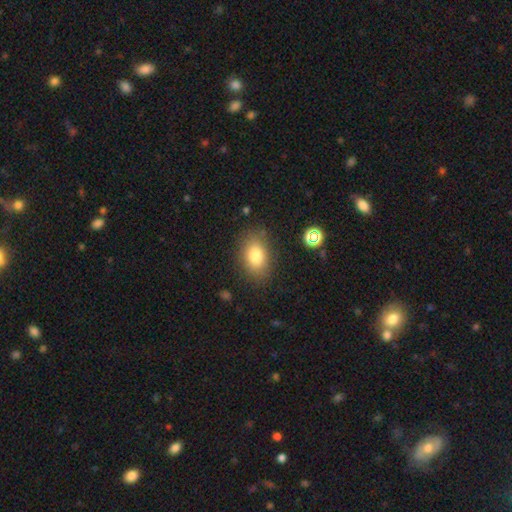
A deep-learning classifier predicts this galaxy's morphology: smooth-or-featured: smooth: 81% | star or artifact: 10% | featured or disk: 9%
  how-rounded: in between: 83% | round: 15% | cigar-shaped: 1%
  merging: none: 83% | minor disturbance: 11% | major disturbance: 4% | merger: 2%